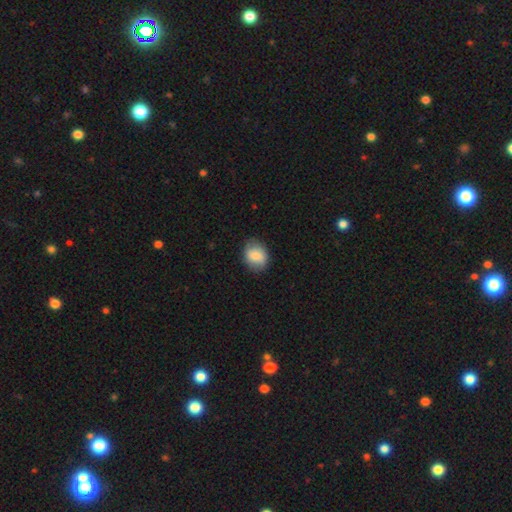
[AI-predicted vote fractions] smooth-or-featured: smooth: 79% | featured or disk: 14% | star or artifact: 7%
  how-rounded: in between: 50% | round: 49% | cigar-shaped: 1%
  merging: none: 80% | minor disturbance: 16% | major disturbance: 4% | merger: 1%